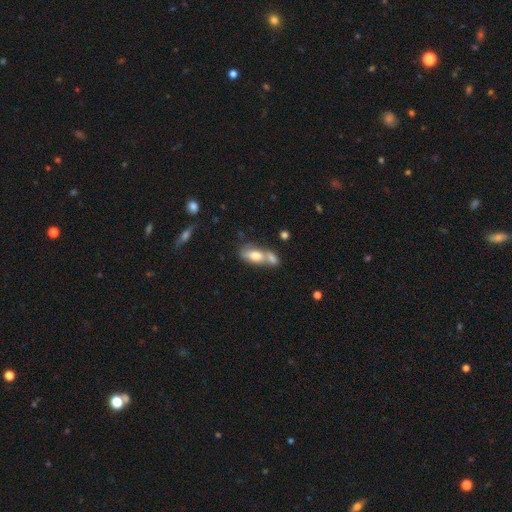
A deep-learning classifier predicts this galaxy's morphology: Overall: smooth (68%). How rounded: in between (79%). Merging: merger (54%; none 29%).